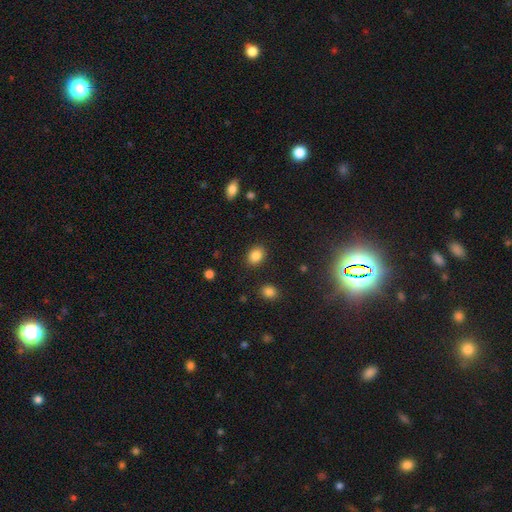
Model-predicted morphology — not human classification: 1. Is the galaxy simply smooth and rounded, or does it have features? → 85% smooth, 10% star or artifact, 5% featured or disk.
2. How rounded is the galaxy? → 61% in between, 38% round, 1% cigar-shaped.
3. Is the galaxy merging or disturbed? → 87% none, 9% minor disturbance, 3% major disturbance, 2% merger.